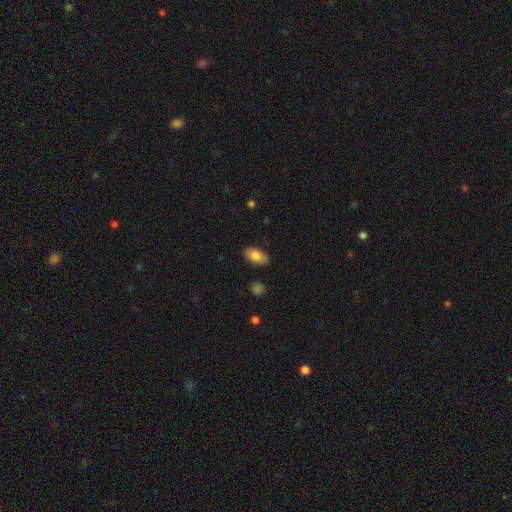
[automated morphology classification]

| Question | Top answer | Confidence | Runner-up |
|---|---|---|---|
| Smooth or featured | smooth | 80% | featured or disk (13%) |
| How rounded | in between | 93% | round (4%) |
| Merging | none | 86% | minor disturbance (10%) |